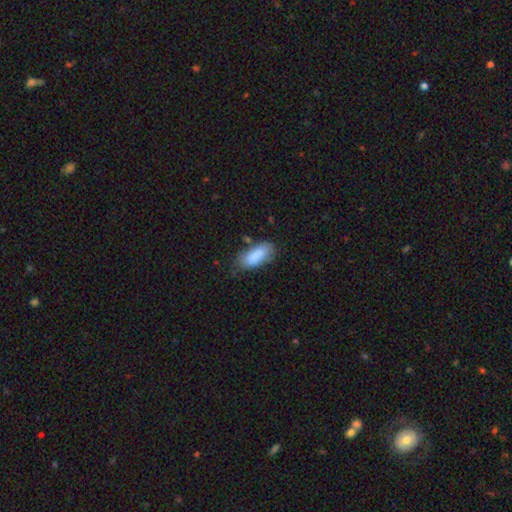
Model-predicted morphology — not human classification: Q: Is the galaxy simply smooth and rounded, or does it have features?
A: smooth — 87%.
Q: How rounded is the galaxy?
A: in between — 87%.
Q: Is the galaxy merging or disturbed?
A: none — 67%.